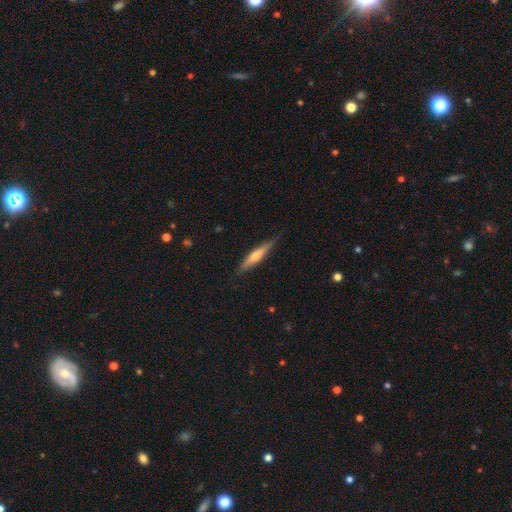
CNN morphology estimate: smooth_or_featured: featured or disk (p=0.49) [alt: smooth p=0.45]
merging: none (p=0.81) [alt: minor disturbance p=0.15]